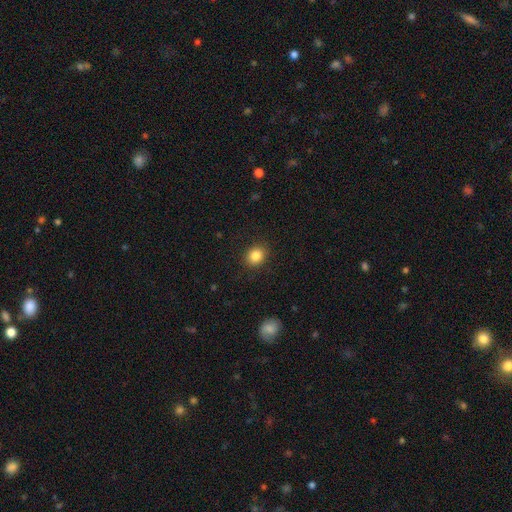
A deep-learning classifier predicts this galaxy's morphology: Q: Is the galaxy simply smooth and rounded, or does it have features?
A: smooth — 85%.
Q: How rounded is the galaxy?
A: round — 66%.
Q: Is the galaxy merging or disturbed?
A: none — 89%.